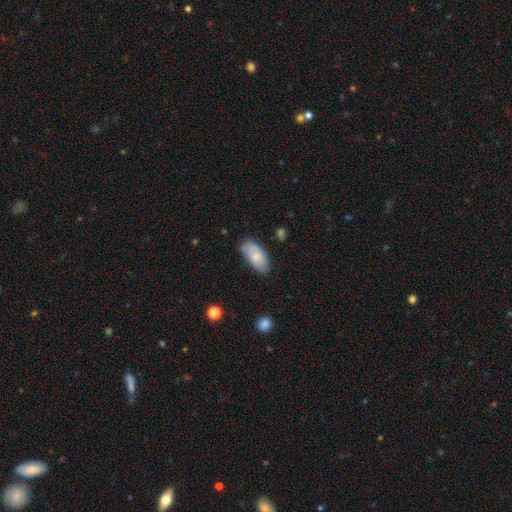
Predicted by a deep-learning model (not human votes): Q: Smooth or featured?
A: smooth (66%); runner-up: featured or disk (27%)
Q: How rounded?
A: in between (93%); runner-up: cigar-shaped (4%)
Q: Merging?
A: none (70%); runner-up: minor disturbance (23%)